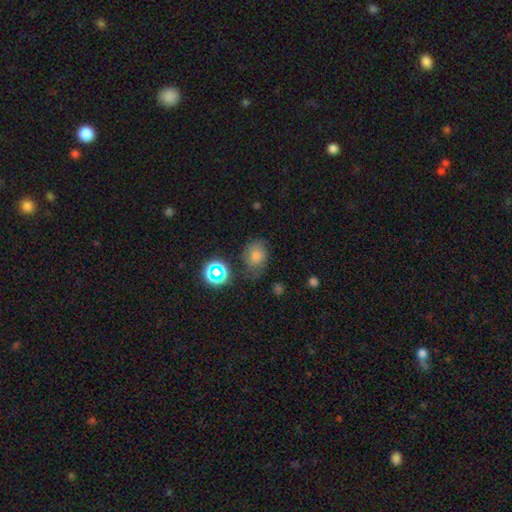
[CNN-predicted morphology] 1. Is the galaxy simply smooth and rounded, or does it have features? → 63% smooth, 22% star or artifact, 15% featured or disk.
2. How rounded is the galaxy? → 50% in between, 49% round, 1% cigar-shaped.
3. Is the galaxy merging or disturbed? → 62% none, 26% minor disturbance, 9% major disturbance, 4% merger.